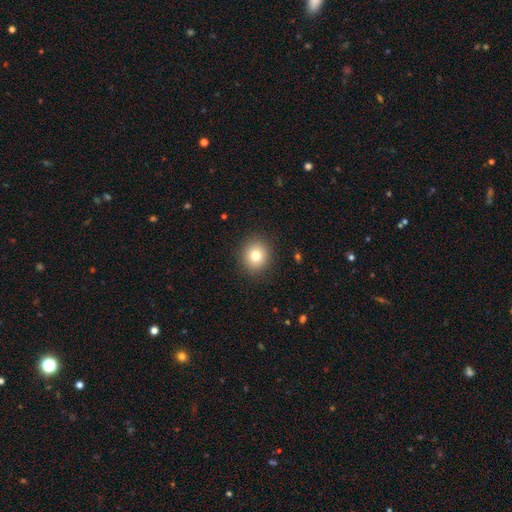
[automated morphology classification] Smooth or featured? Predicted: smooth (p=0.78). How rounded? Predicted: round (p=0.83). Merging? Predicted: none (p=0.90).